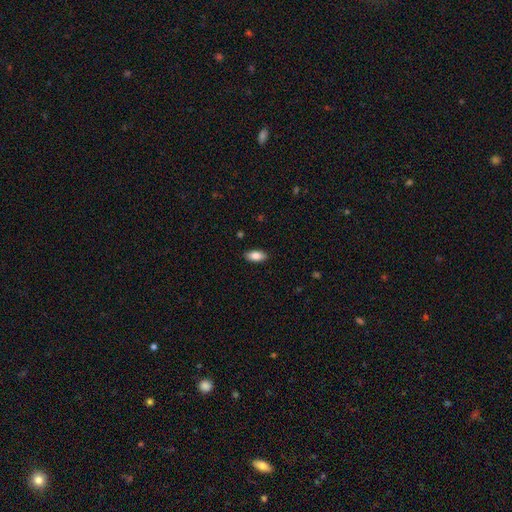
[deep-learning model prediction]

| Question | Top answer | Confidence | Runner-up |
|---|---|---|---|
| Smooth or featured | smooth | 82% | featured or disk (11%) |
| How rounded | in between | 90% | cigar-shaped (7%) |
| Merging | none | 89% | minor disturbance (8%) |